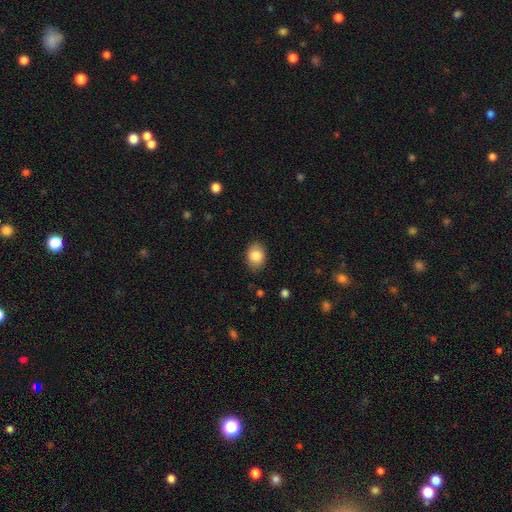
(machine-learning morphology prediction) This appears to be a smooth galaxy with no disk features (85%) that is in between round and cigar-shaped (71%). Merging: none (85%).